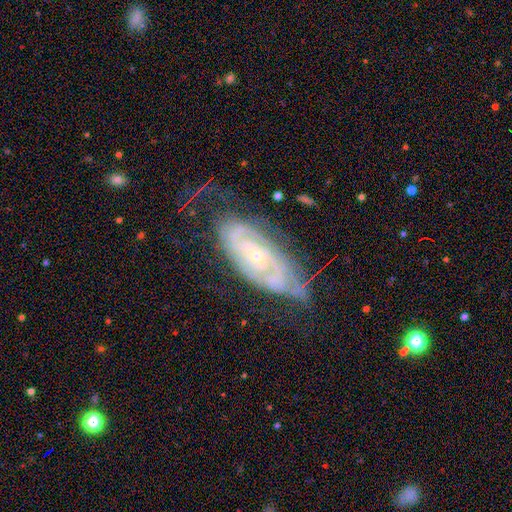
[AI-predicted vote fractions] Smooth or featured? featured or disk (85%)
Edge-on disk? no (92%)
Bar? no (73%)
Spiral arms? yes (93%)
Spiral winding? tight (73%)
Spiral arm count? can't tell (40%)
Bulge size? small (80%)
Merging? none (57%)